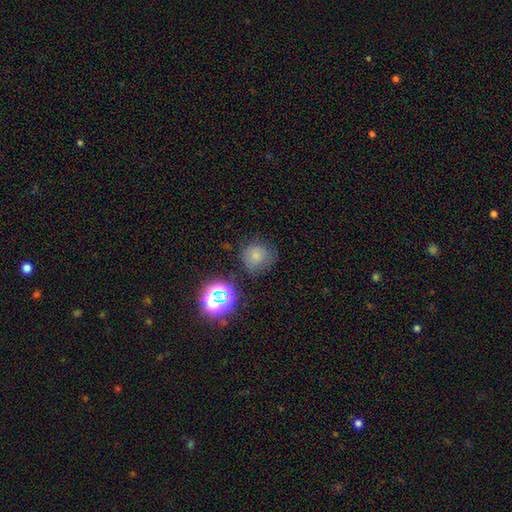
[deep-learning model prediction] Morphology: type=smooth (71%); roundness=round (87%); merging=none (73%).